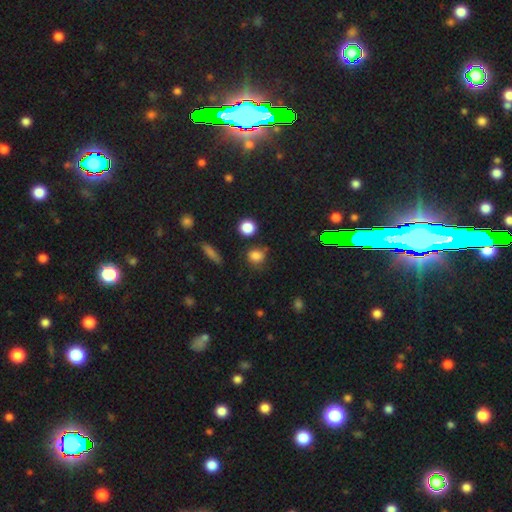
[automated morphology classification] Overall: smooth (78%). How rounded: round (75%). Merging: none (70%).